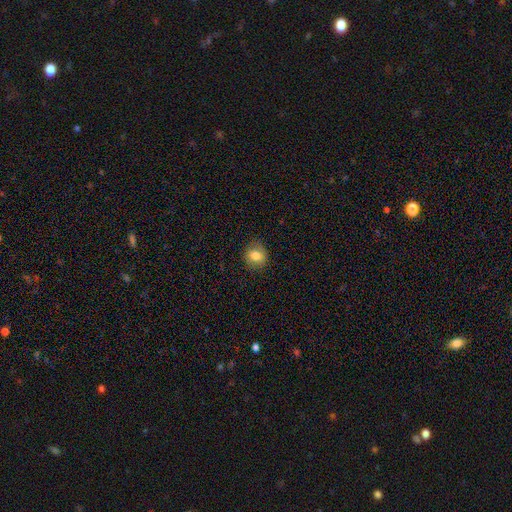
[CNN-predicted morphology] This appears to be a smooth galaxy with no disk features (78%) that is round (71%). Merging: none (85%).